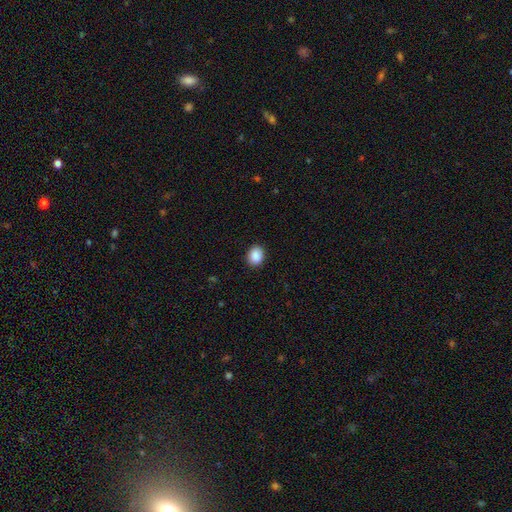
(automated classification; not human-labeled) Overall: smooth (89%). How rounded: in between (50%; round 49%). Merging: none (90%).